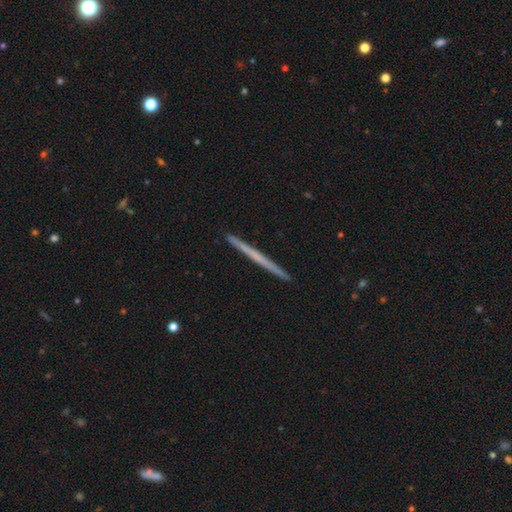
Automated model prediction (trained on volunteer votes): This appears to be a featured or disk galaxy (57%) viewed edge-on (98%) with no central bulge (86%). Merging: none (93%).